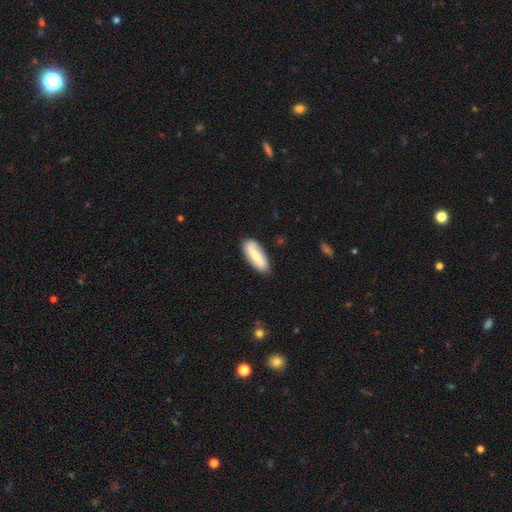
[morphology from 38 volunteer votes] smooth 68%, featured or disk 24%, star or artifact 8%. Down the decision tree: how rounded — in between (54%); merging — none (83%).